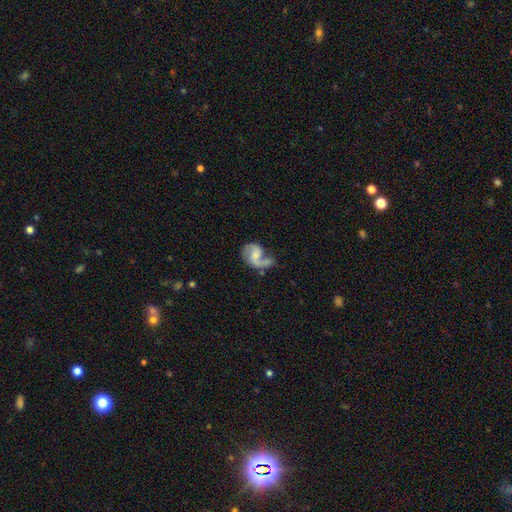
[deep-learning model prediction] This appears to be a featured or disk galaxy (79%) with no bar (45%), 2 (77%) loose (52%) spiral arms (93%) and a small central bulge (41%). Merging: none (42%).